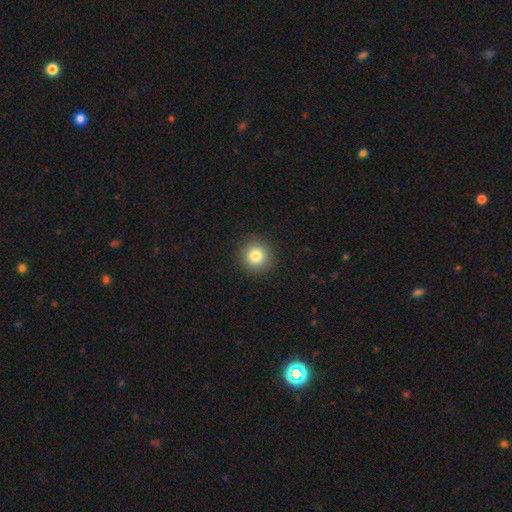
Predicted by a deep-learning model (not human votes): smooth_or_featured: smooth (p=0.83) [alt: star or artifact p=0.10]
how_rounded: round (p=0.94) [alt: in between p=0.05]
merging: none (p=0.92) [alt: minor disturbance p=0.05]